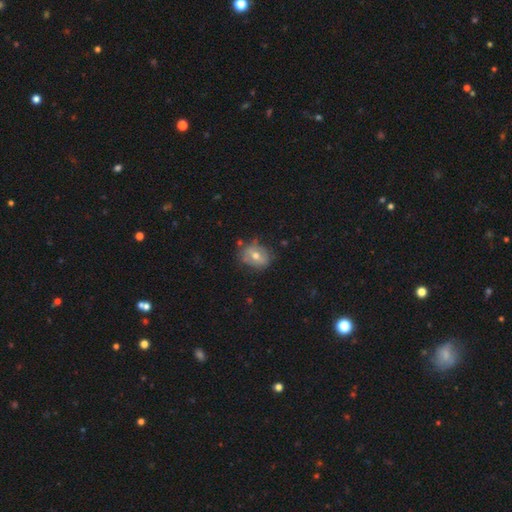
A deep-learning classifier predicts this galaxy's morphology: A smooth galaxy with no disk features (51%) that is round (52%). Merging: none (65%).